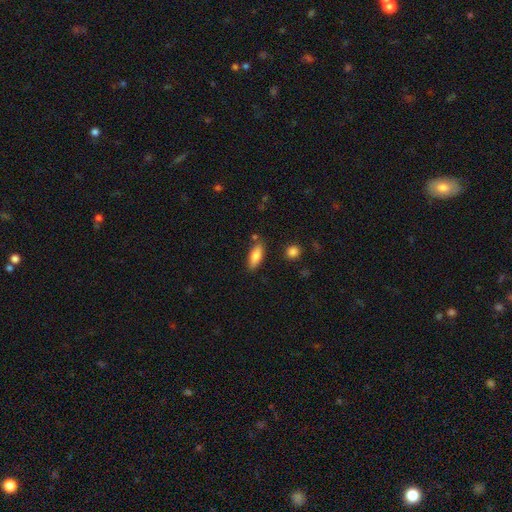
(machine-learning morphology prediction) smooth 80%, featured or disk 13%, star or artifact 7%. Down the decision tree: how rounded — in between (70%); merging — none (79%).